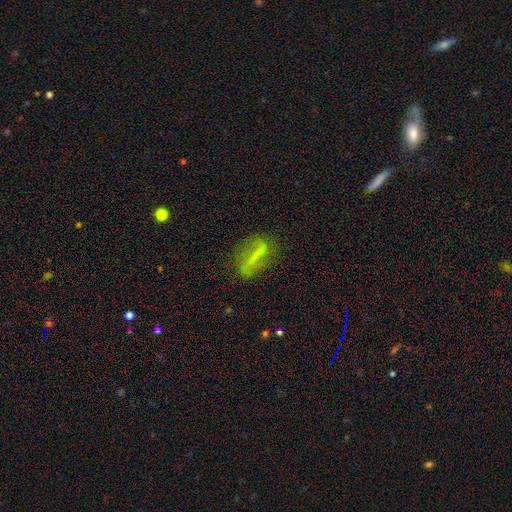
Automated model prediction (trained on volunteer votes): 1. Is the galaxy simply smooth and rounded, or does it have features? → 46% featured or disk, 42% smooth, 12% star or artifact.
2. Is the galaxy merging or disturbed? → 70% none, 18% minor disturbance, 10% major disturbance, 2% merger.